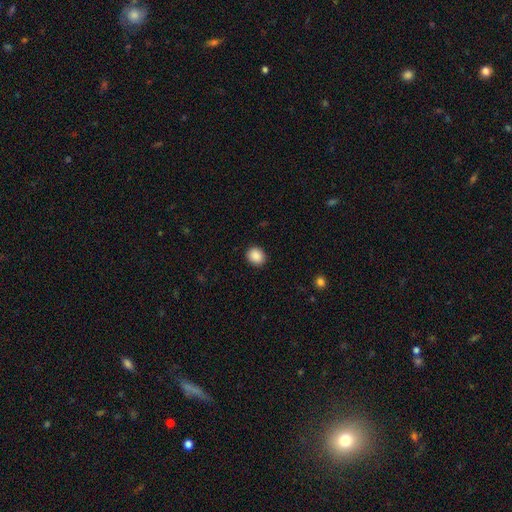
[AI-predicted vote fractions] A smooth galaxy with no disk features (89%) that is round (67%). Merging: none (90%).